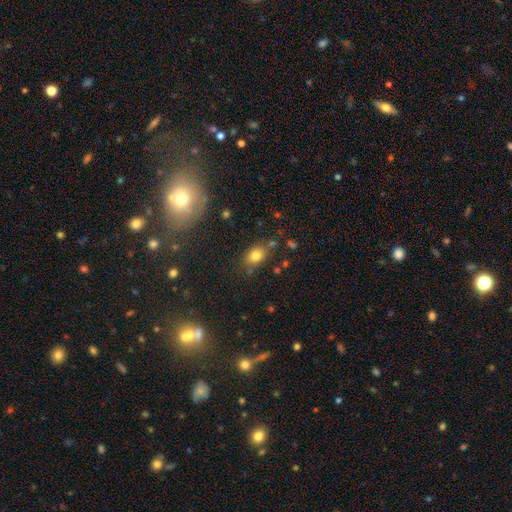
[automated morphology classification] This is likely a smooth galaxy (79%). How rounded: likely in between (66%). Merging: likely none (72%).